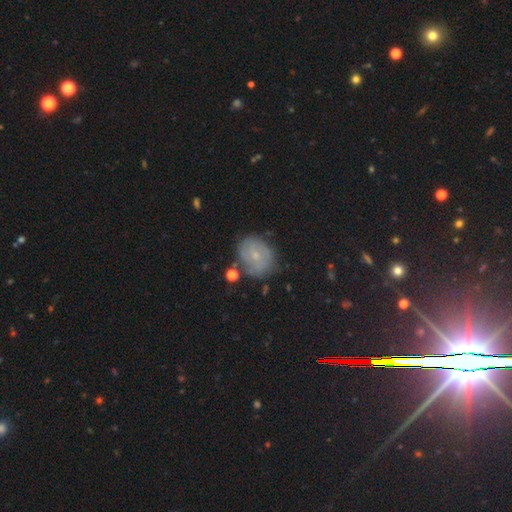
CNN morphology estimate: Q: Smooth or featured?
A: smooth (46%); runner-up: featured or disk (42%)
Q: Merging?
A: none (68%); runner-up: minor disturbance (20%)